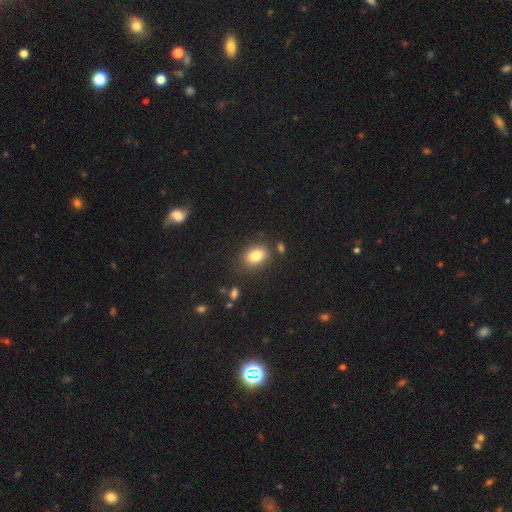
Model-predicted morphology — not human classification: Smooth or featured?
  - smooth: 84% *
  - star or artifact: 9%
  - featured or disk: 6%
How rounded?
  - in between: 76% *
  - round: 22%
  - cigar-shaped: 1%
Merging?
  - none: 80% *
  - minor disturbance: 12%
  - merger: 4%
  - major disturbance: 3%